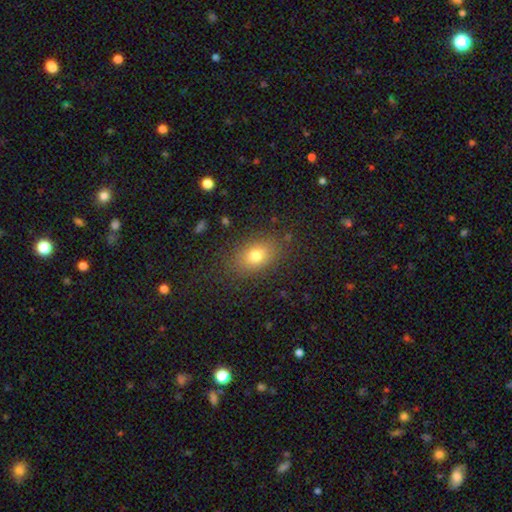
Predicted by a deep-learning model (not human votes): smooth-or-featured: smooth: 77% | star or artifact: 12% | featured or disk: 11%
  how-rounded: in between: 76% | round: 22% | cigar-shaped: 2%
  merging: none: 84% | minor disturbance: 11% | major disturbance: 4% | merger: 1%